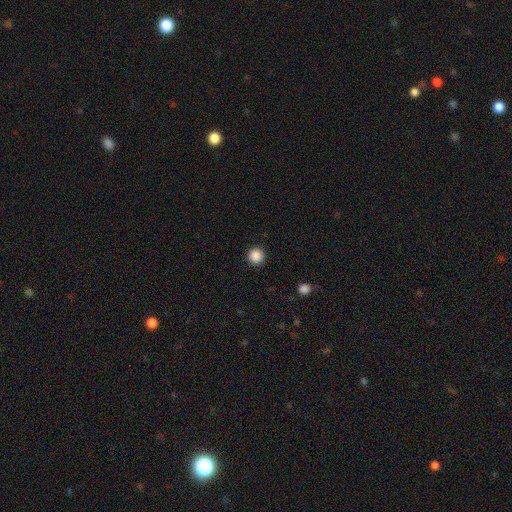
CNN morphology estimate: Smooth or featured?
  - smooth: 88% *
  - star or artifact: 10%
  - featured or disk: 2%
How rounded?
  - round: 96% *
  - in between: 3%
  - cigar-shaped: 1%
Merging?
  - none: 93% *
  - minor disturbance: 5%
  - major disturbance: 2%
  - merger: 1%